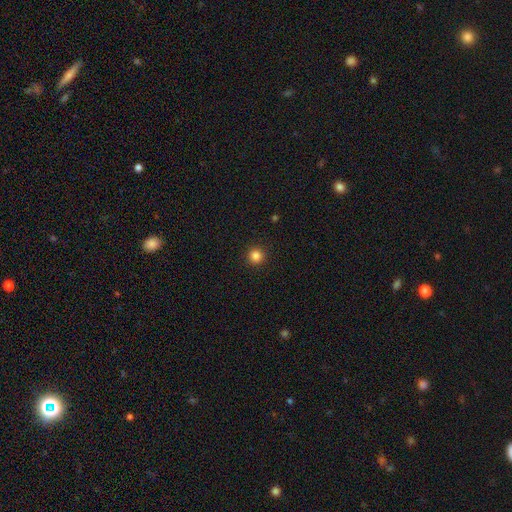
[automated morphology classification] Smooth or featured?
  - smooth: 84% *
  - star or artifact: 12%
  - featured or disk: 4%
How rounded?
  - round: 95% *
  - in between: 4%
  - cigar-shaped: 1%
Merging?
  - none: 93% *
  - minor disturbance: 5%
  - major disturbance: 2%
  - merger: 1%